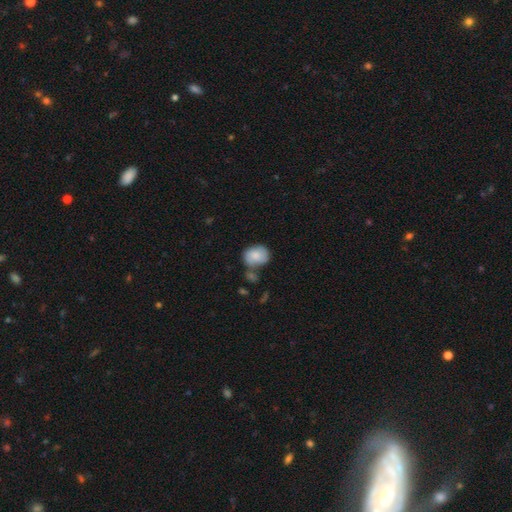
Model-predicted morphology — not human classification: smooth-or-featured: smooth: 80% | featured or disk: 13% | star or artifact: 7%
  how-rounded: round: 58% | in between: 41% | cigar-shaped: 1%
  merging: none: 54% | minor disturbance: 23% | merger: 16% | major disturbance: 6%